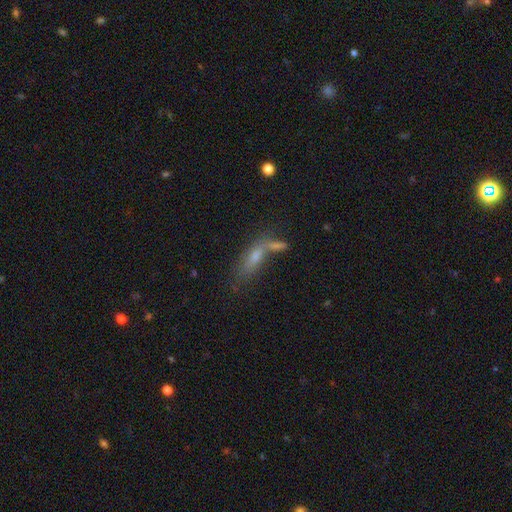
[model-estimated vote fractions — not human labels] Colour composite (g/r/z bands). It shows a smooth galaxy with no disk features (54%) that is in between round and cigar-shaped (51%). Merging: merger (36%).